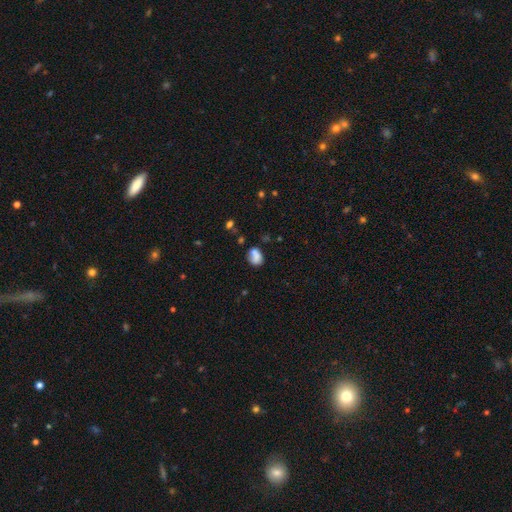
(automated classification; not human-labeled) This appears to be a smooth galaxy with no disk features (70%) that is in between round and cigar-shaped (63%). Merging: none (43%).